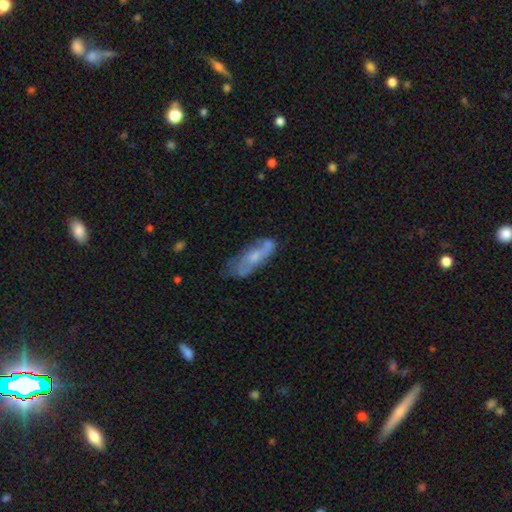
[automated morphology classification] Smooth or featured? Predicted: featured or disk (p=0.51). Edge-on disk? Predicted: no (p=0.75). Merging? Predicted: none (p=0.53).